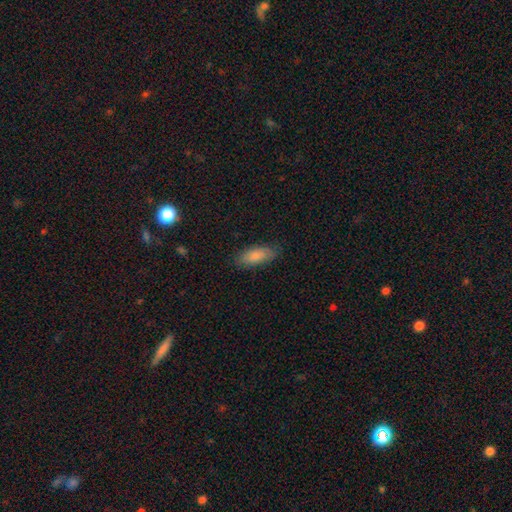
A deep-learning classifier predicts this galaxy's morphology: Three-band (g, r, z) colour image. It shows a smooth galaxy with no disk features (85%) that is in between round and cigar-shaped (77%). Merging: none (83%).